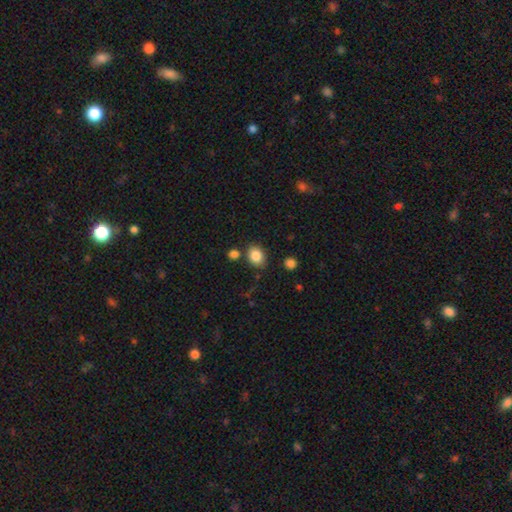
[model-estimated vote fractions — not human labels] Overall: smooth (85%). How rounded: in between (58%; round 42%). Merging: none (78%).